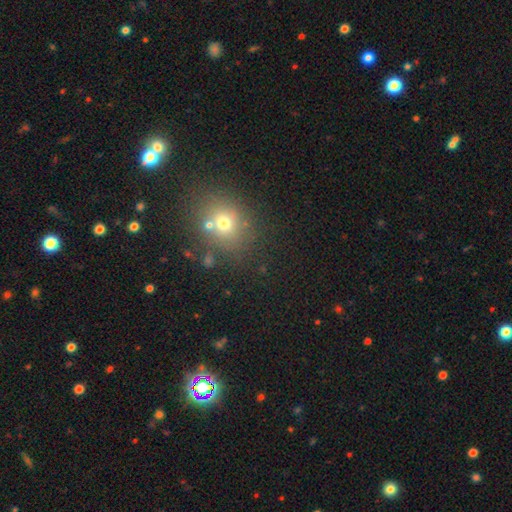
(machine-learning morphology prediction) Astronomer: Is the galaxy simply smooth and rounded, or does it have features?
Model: smooth — 51% (runner-up: star or artifact, 40%).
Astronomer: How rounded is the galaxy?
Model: round — 75%.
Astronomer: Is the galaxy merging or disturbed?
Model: none — 84%.